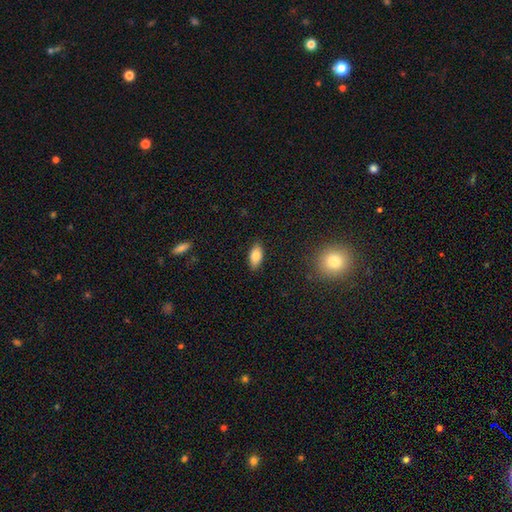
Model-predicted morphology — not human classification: Smooth or featured: smooth — 81% (featured or disk — 11%)
How rounded: in between — 89% (cigar-shaped — 7%)
Merging: none — 88% (minor disturbance — 9%)